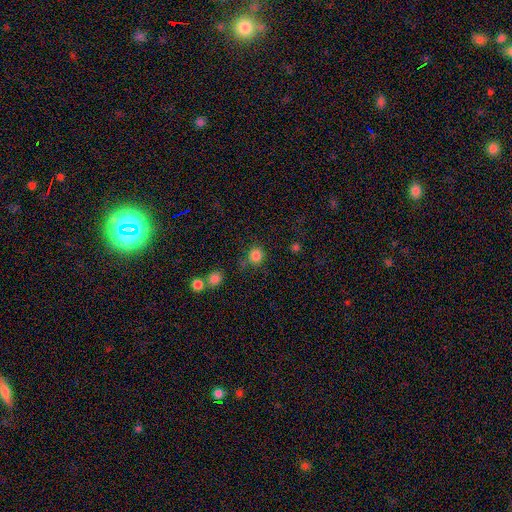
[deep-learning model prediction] smooth-or-featured: smooth: 84% | star or artifact: 12% | featured or disk: 4%
  how-rounded: round: 88% | in between: 11% | cigar-shaped: 1%
  merging: none: 77% | minor disturbance: 11% | merger: 7% | major disturbance: 4%